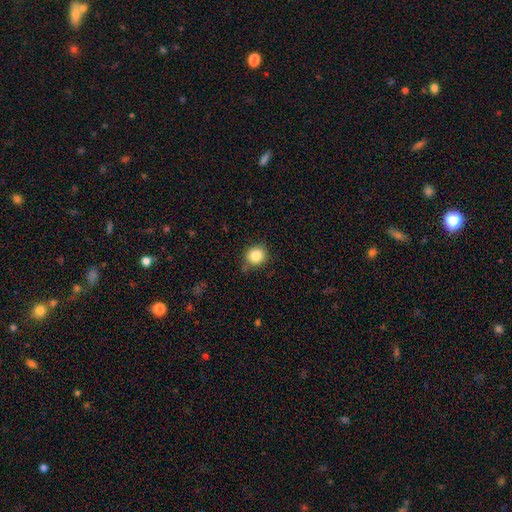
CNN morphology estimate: This appears to be a smooth galaxy with no disk features (85%) that is round (86%). Merging: none (80%).